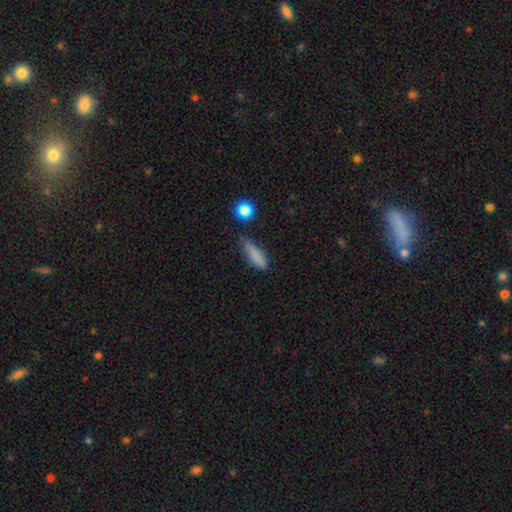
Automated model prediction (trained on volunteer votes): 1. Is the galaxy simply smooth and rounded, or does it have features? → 82% smooth, 9% star or artifact, 9% featured or disk.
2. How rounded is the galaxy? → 53% cigar-shaped, 44% in between, 3% round.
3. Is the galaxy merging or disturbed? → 65% none, 26% minor disturbance, 6% major disturbance, 3% merger.